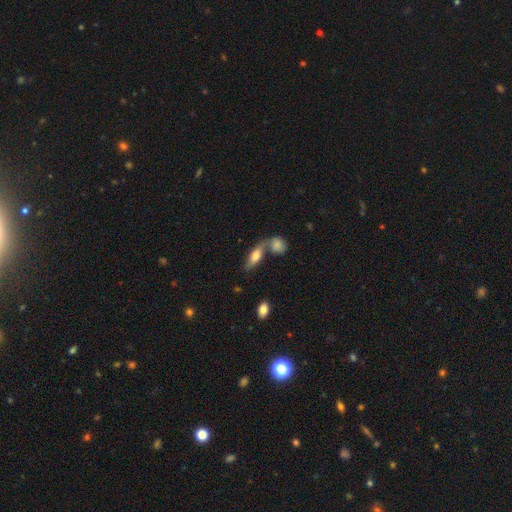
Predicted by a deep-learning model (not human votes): smooth-or-featured: smooth: 59% | featured or disk: 33% | star or artifact: 8%
  how-rounded: in between: 67% | cigar-shaped: 27% | round: 6%
  merging: merger: 47% | none: 36% | minor disturbance: 11% | major disturbance: 6%